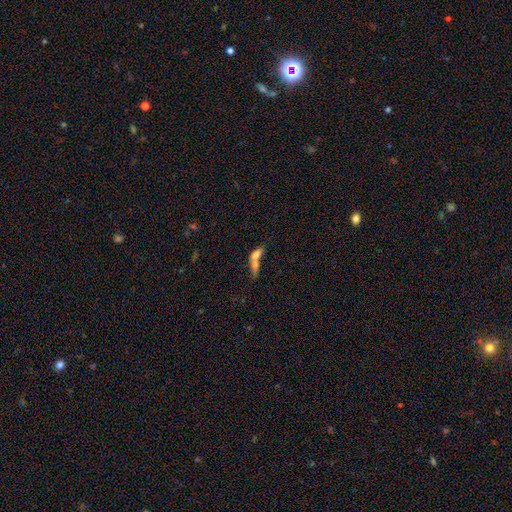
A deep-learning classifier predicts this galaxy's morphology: Q: Smooth or featured?
A: smooth (59%); runner-up: featured or disk (28%)
Q: How rounded?
A: in between (50%); runner-up: cigar-shaped (41%)
Q: Merging?
A: merger (63%); runner-up: none (19%)